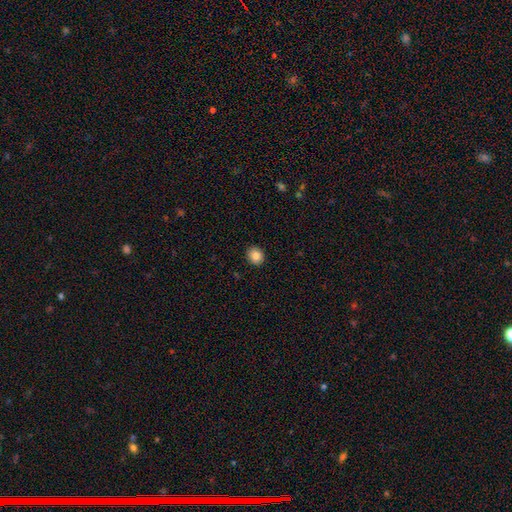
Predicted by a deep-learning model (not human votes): Overall: smooth (84%). How rounded: round (75%). Merging: none (91%).